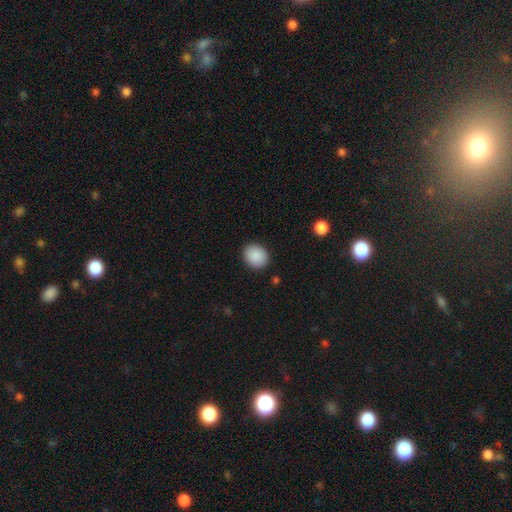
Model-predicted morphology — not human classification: Q: Smooth or featured?
A: smooth (90%); runner-up: star or artifact (7%)
Q: How rounded?
A: round (66%); runner-up: in between (33%)
Q: Merging?
A: none (90%); runner-up: minor disturbance (7%)